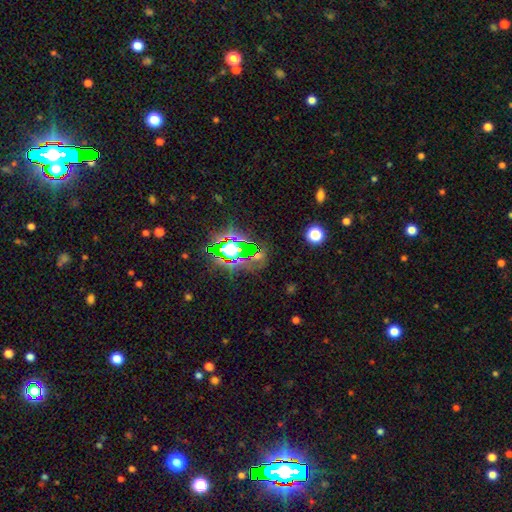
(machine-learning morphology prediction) The model was most divided on "smooth or featured": star or artifact: 69%, smooth: 18%, featured or disk: 12%.